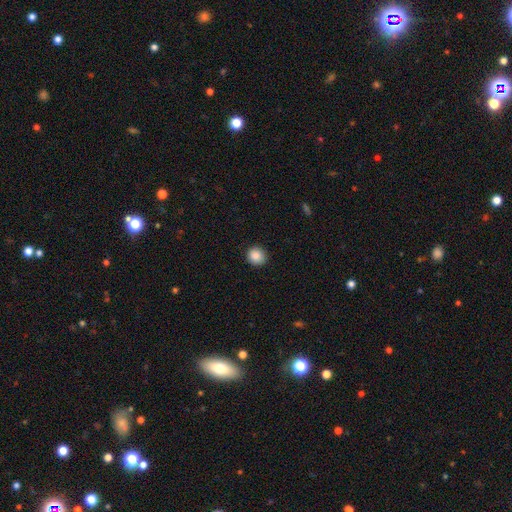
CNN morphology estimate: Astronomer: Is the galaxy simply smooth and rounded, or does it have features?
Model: smooth — 88%.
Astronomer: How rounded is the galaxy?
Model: round — 88%.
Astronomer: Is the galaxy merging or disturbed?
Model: none — 90%.